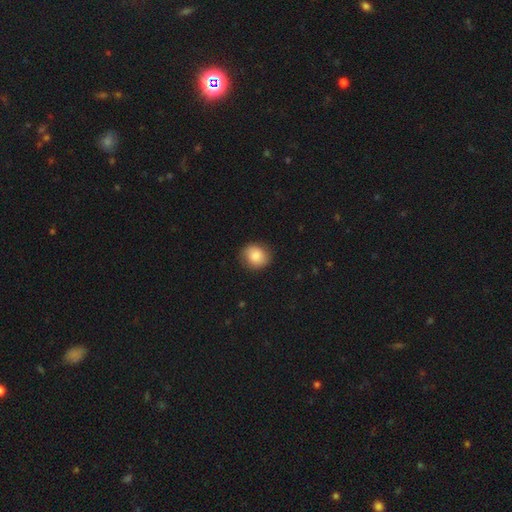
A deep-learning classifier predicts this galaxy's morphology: smooth_or_featured: smooth (p=0.84) [alt: featured or disk p=0.08]
how_rounded: round (p=0.76) [alt: in between p=0.23]
merging: none (p=0.83) [alt: minor disturbance p=0.13]